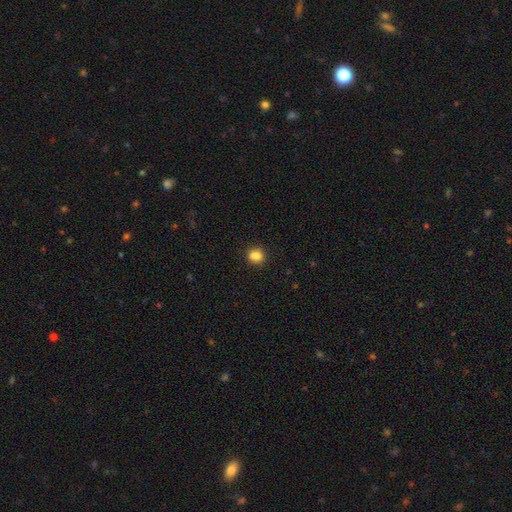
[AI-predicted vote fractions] This appears to be a smooth galaxy with no disk features (83%) that is round (74%). Merging: none (72%).